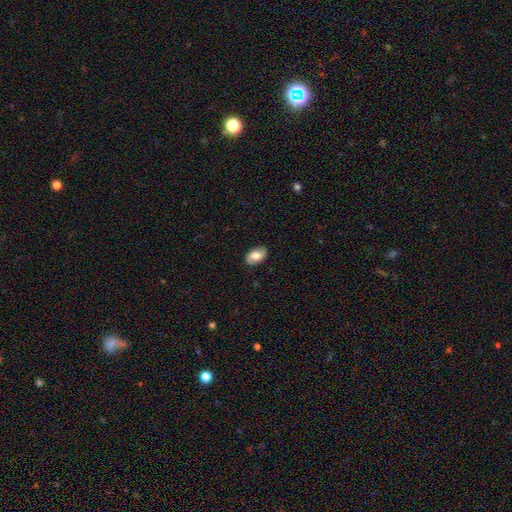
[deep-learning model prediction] smooth-or-featured: smooth: 54% | featured or disk: 39% | star or artifact: 8%
  how-rounded: in between: 90% | round: 8% | cigar-shaped: 2%
  merging: none: 84% | minor disturbance: 12% | major disturbance: 3% | merger: 1%